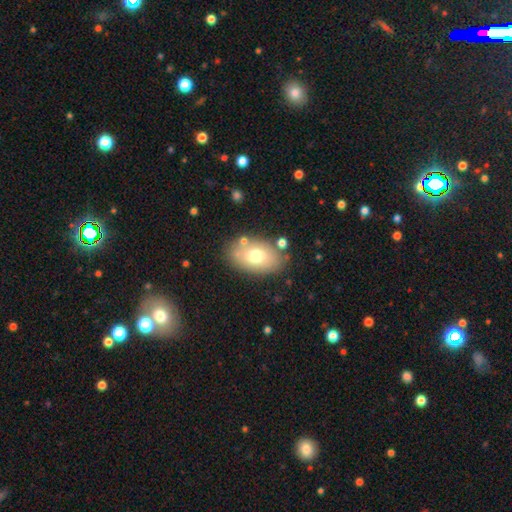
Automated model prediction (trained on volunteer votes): smooth 70%, featured or disk 21%, star or artifact 8%. Down the decision tree: how rounded — in between (89%); merging — none (78%).